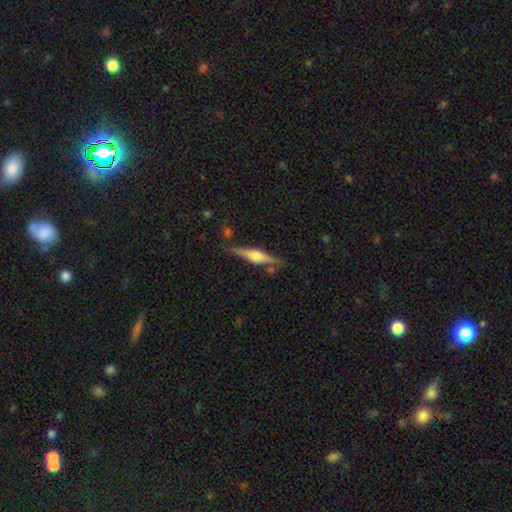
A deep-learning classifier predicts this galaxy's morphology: Smooth or featured?
  - featured or disk: 68% *
  - smooth: 25%
  - star or artifact: 6%
Edge-on disk?
  - yes: 97% *
  - no: 3%
Edge-on bulge?
  - rounded: 82% *
  - boxy: 14%
  - none: 4%
Merging?
  - none: 81% *
  - minor disturbance: 12%
  - merger: 4%
  - major disturbance: 3%